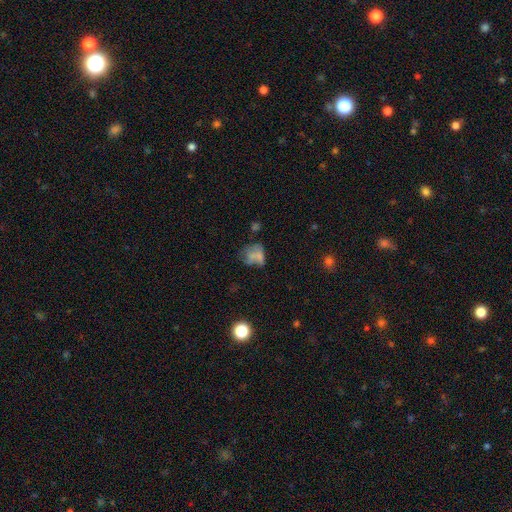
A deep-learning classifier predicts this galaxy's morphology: smooth_or_featured: smooth (p=0.54) [alt: featured or disk p=0.29]
how_rounded: in between (p=0.58) [alt: round p=0.41]
merging: none (p=0.34) [alt: major disturbance p=0.27]